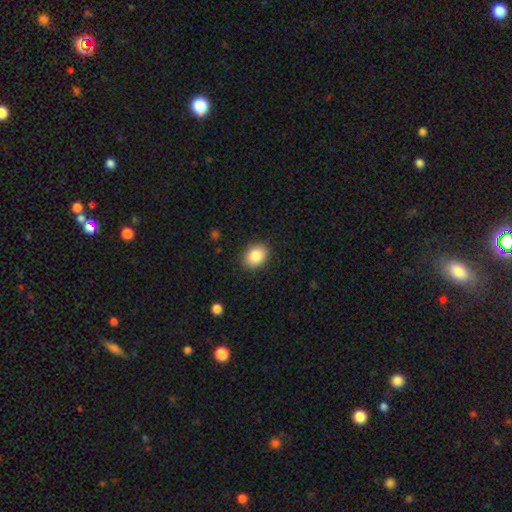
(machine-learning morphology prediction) smooth 85%, star or artifact 8%, featured or disk 7%. Down the decision tree: how rounded — in between (60%); merging — none (89%).